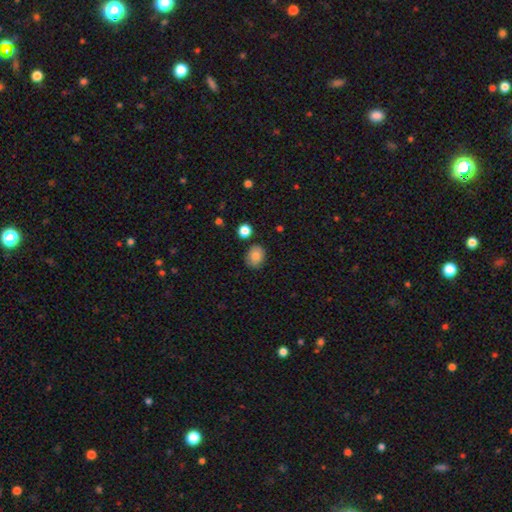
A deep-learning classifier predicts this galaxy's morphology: type=smooth (82%); roundness=round (59%); merging=none (82%).